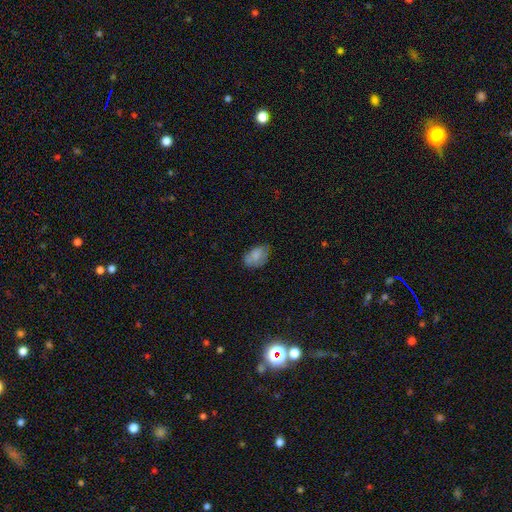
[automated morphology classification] This appears to be a smooth galaxy with no disk features (73%) that is in between round and cigar-shaped (87%). Merging: none (58%).